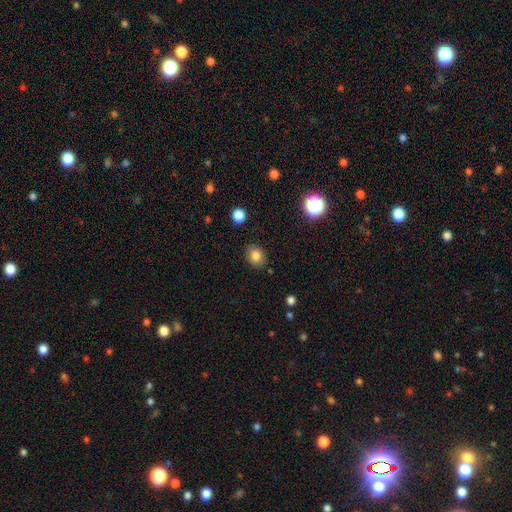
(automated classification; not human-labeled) A smooth galaxy with no disk features (81%) that is round (57%). Merging: none (84%).